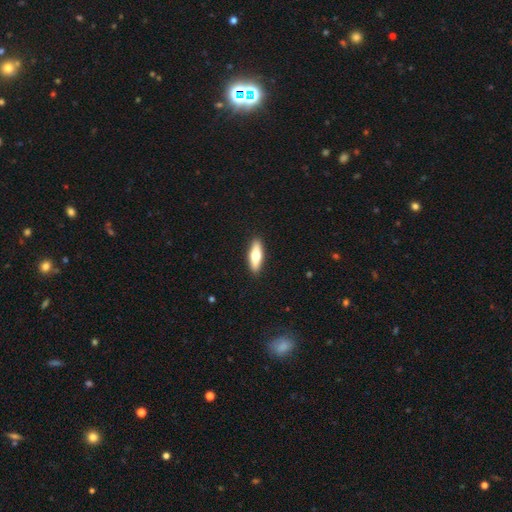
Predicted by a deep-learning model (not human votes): Morphology: type=smooth (60%); roundness=cigar-shaped (51%); merging=none (91%).